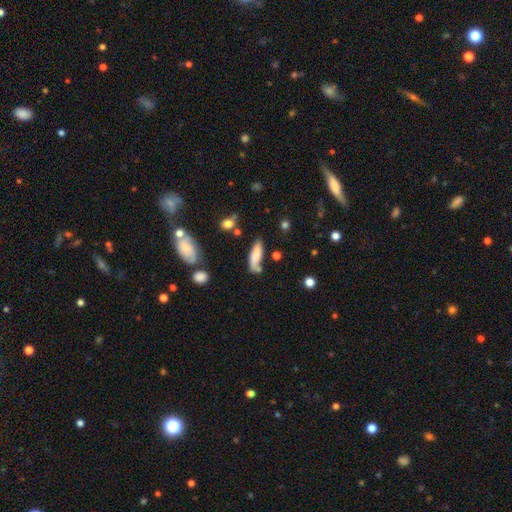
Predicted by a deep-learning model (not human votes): Smooth or featured: smooth — 75% (featured or disk — 17%)
How rounded: cigar-shaped — 55% (in between — 43%)
Merging: none — 55% (minor disturbance — 25%)